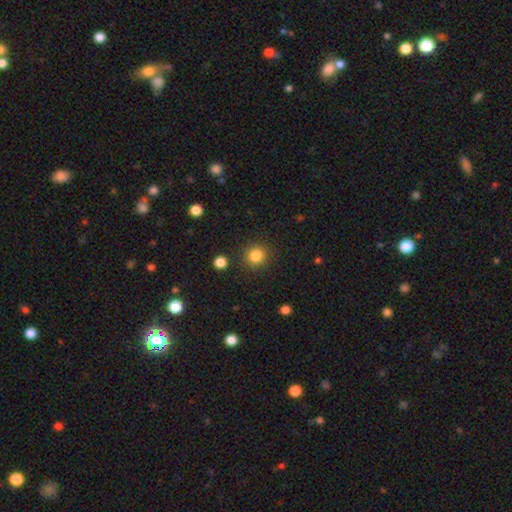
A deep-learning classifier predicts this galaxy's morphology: smooth 84%, star or artifact 11%, featured or disk 5%. Down the decision tree: how rounded — round (90%); merging — none (88%).